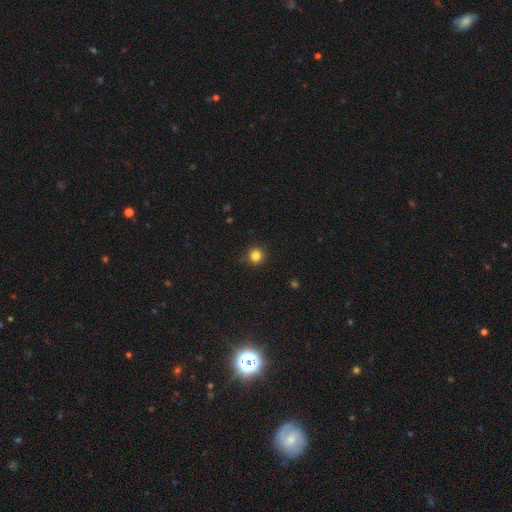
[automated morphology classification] type=smooth (84%); roundness=round (94%); merging=none (90%).